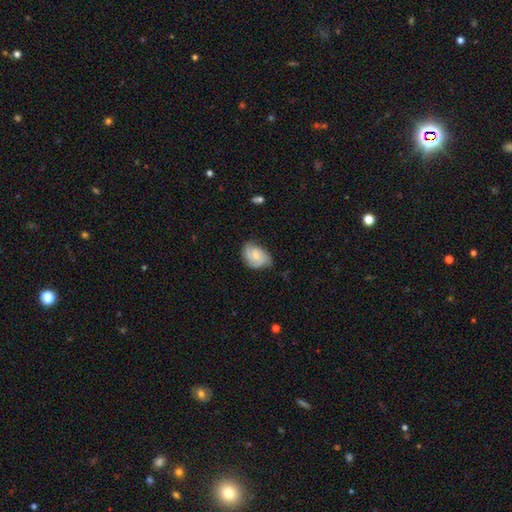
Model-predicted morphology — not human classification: Smooth or featured?
  - featured or disk: 49% *
  - smooth: 44%
  - star or artifact: 7%
Merging?
  - none: 52% *
  - minor disturbance: 37%
  - major disturbance: 10%
  - merger: 2%